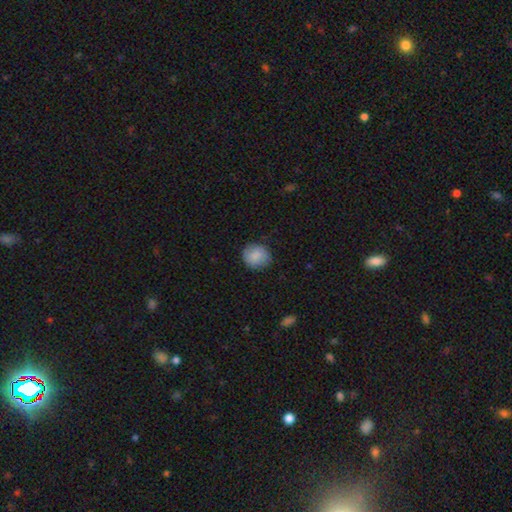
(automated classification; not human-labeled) A smooth galaxy with no disk features (85%) that is round (85%). Merging: none (82%).